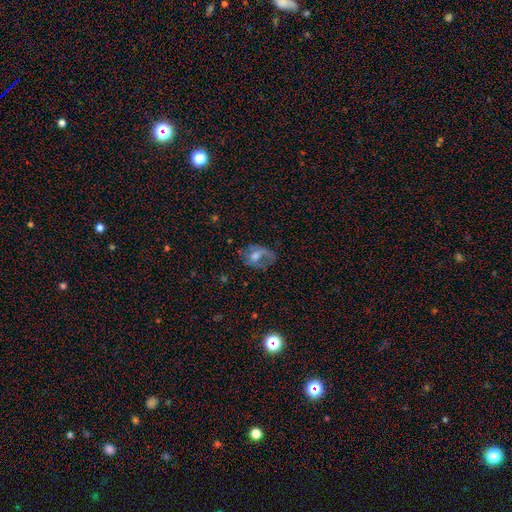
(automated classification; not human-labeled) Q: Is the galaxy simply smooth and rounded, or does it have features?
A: featured or disk — 47%.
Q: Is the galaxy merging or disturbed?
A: none — 45%.